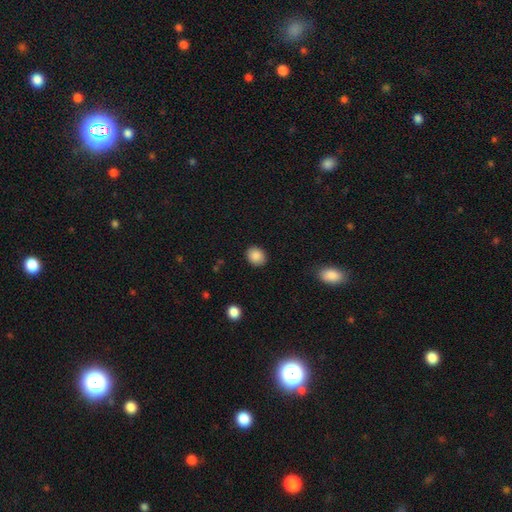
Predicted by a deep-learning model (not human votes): smooth 88%, star or artifact 9%, featured or disk 3%. Down the decision tree: how rounded — round (61%); merging — none (88%).